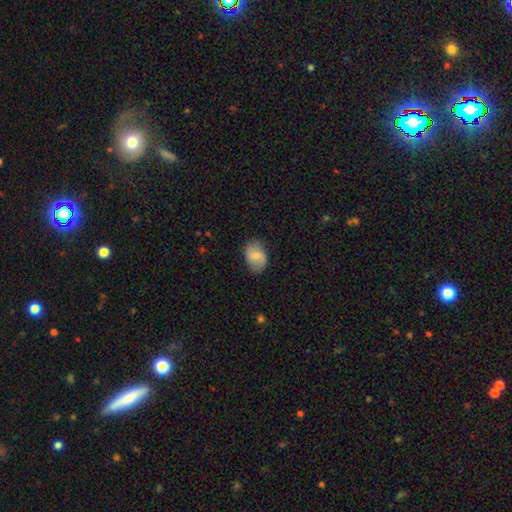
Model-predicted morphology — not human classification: This appears to be a smooth galaxy with no disk features (69%) that is in between round and cigar-shaped (76%). Merging: none (75%).